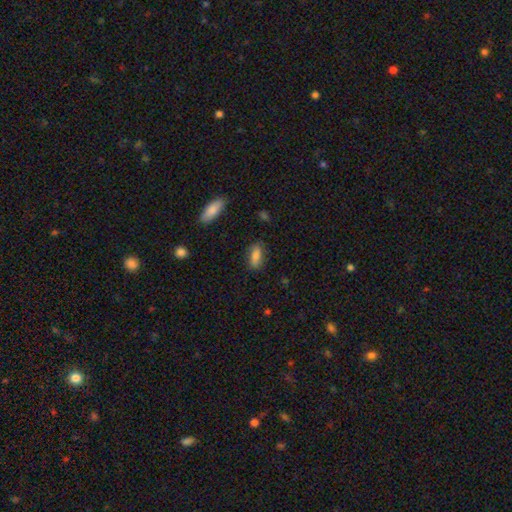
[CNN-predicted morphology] Overall: smooth (82%). How rounded: in between (80%). Merging: none (80%).